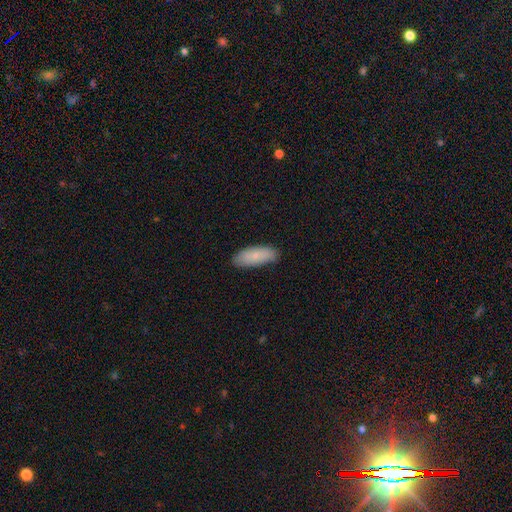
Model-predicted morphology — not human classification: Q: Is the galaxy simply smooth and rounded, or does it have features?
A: smooth — 81%.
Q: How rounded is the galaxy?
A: in between — 77%.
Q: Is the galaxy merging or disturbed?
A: none — 85%.